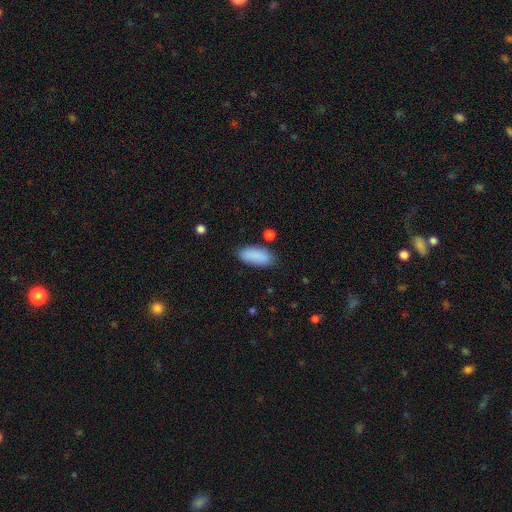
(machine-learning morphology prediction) A smooth galaxy with no disk features (89%) that is in between round and cigar-shaped (86%). Merging: none (81%).